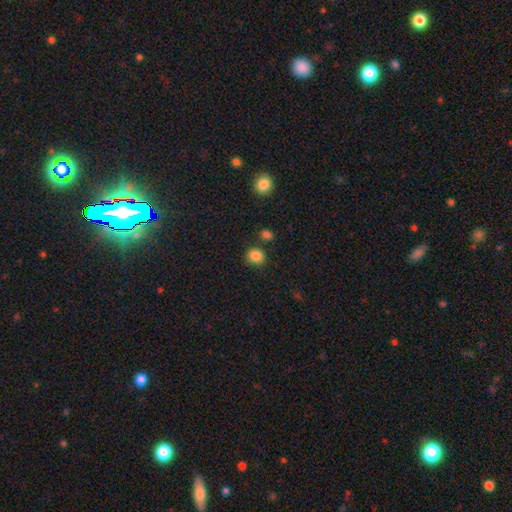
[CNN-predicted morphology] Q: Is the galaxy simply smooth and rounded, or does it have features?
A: smooth — 86%.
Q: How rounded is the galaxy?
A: round — 79%.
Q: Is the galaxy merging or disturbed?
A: none — 79%.